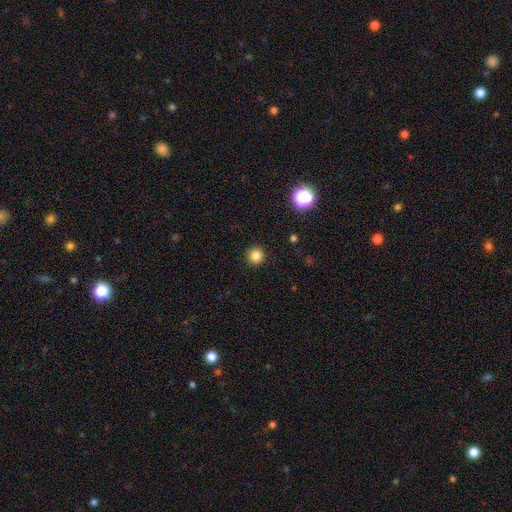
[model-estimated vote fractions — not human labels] This is clearly a smooth galaxy (83%). How rounded: clearly round (95%). Merging: clearly none (92%).